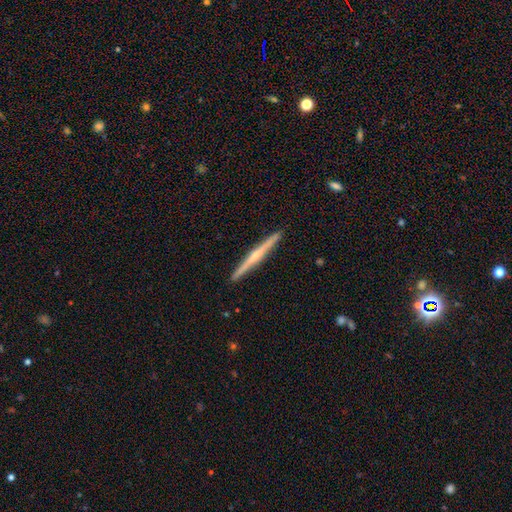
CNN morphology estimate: The model was most divided on "edge-on bulge": rounded: 65%, none: 27%, boxy: 7%. More confident: edge-on disk — yes (98%); merging — none (92%); smooth or featured — featured or disk (71%).